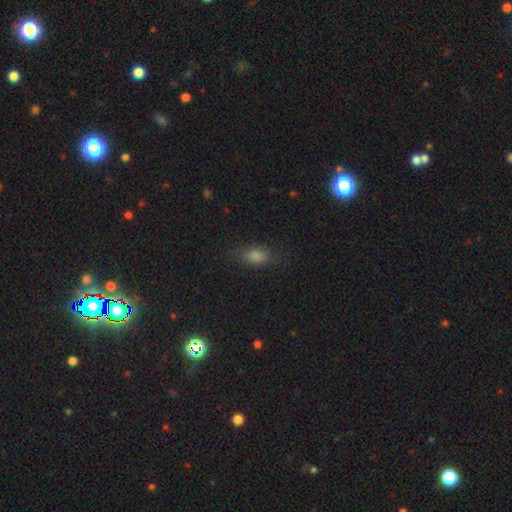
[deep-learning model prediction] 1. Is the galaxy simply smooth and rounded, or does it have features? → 70% smooth, 19% star or artifact, 11% featured or disk.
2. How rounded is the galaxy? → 75% in between, 16% round, 9% cigar-shaped.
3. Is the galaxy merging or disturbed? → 78% none, 16% minor disturbance, 5% major disturbance, 1% merger.